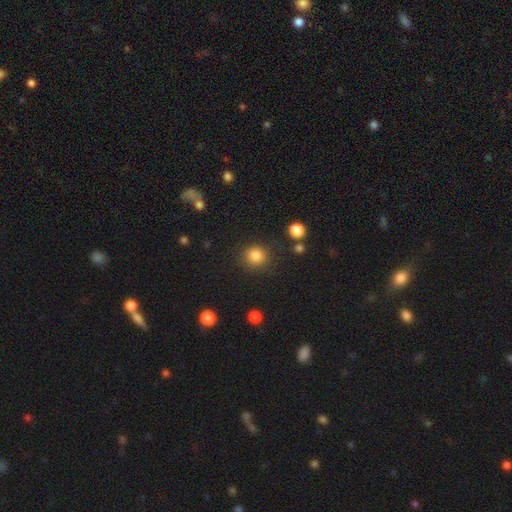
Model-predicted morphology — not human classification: smooth 85%, star or artifact 11%, featured or disk 4%. Down the decision tree: how rounded — round (90%); merging — none (87%).